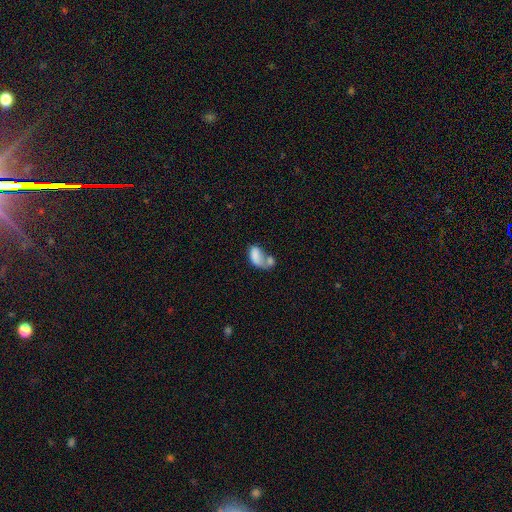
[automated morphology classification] smooth 71%, featured or disk 21%, star or artifact 8%. Down the decision tree: how rounded — in between (91%); merging — merger (57%).